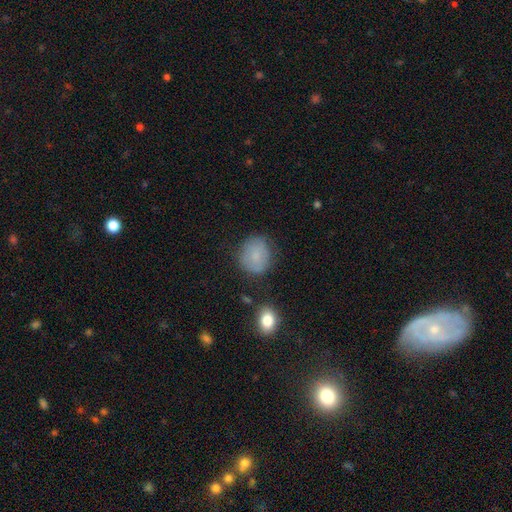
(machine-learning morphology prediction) smooth-or-featured: smooth: 77% | featured or disk: 14% | star or artifact: 9%
  how-rounded: round: 73% | in between: 26% | cigar-shaped: 1%
  merging: none: 74% | minor disturbance: 18% | major disturbance: 5% | merger: 2%